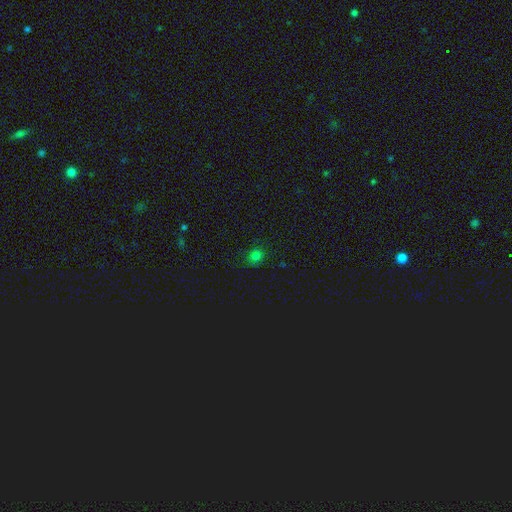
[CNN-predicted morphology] Overall: smooth (75%). How rounded: round (77%). Merging: none (85%).